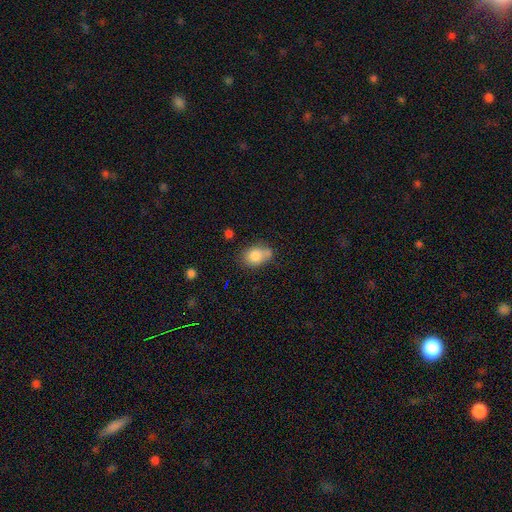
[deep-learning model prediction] smooth 81%, featured or disk 10%, star or artifact 9%. Down the decision tree: how rounded — in between (67%); merging — none (49%).